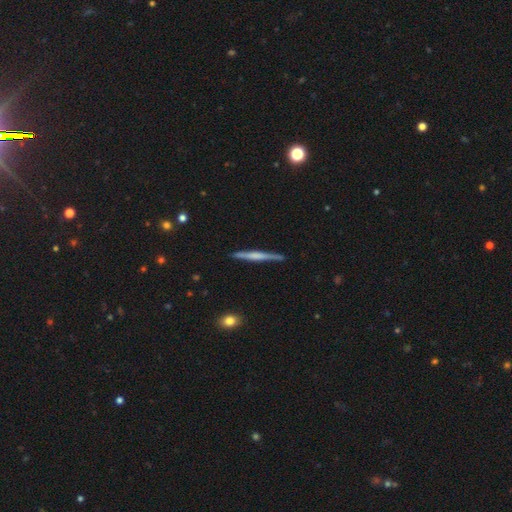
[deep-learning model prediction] Smooth or featured?
  - featured or disk: 59% *
  - smooth: 36%
  - star or artifact: 6%
Edge-on disk?
  - yes: 97% *
  - no: 3%
Edge-on bulge?
  - none: 43% *
  - rounded: 31%
  - boxy: 27%
Merging?
  - none: 88% *
  - minor disturbance: 9%
  - major disturbance: 2%
  - merger: 1%